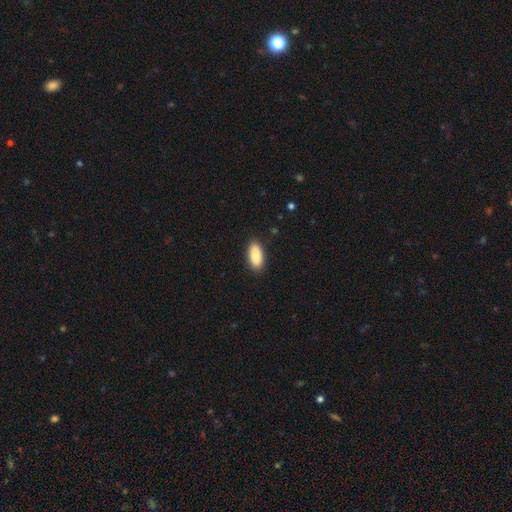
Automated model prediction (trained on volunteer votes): The model was most divided on "merging": none: 88%, minor disturbance: 9%, major disturbance: 2%, merger: 1%. More confident: how rounded — in between (91%); smooth or featured — smooth (89%).